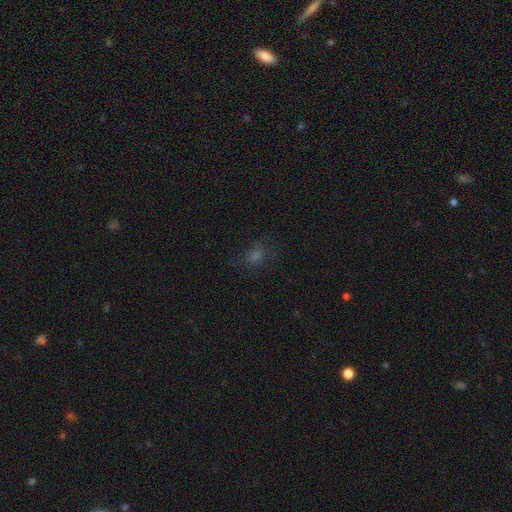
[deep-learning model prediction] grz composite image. It shows a smooth galaxy with no disk features (57%) that is round (58%). Merging: none (74%).